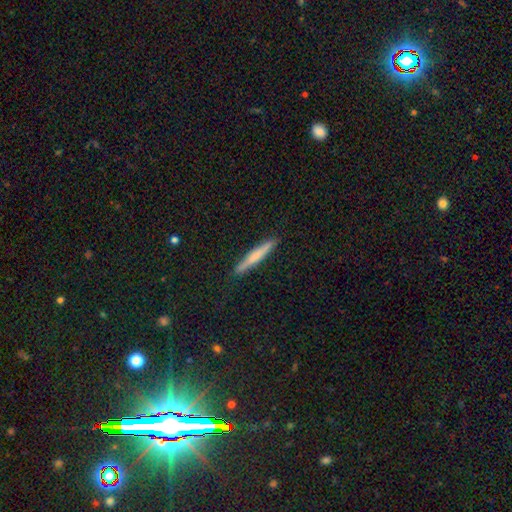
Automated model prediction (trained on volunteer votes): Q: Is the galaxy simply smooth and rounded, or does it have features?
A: smooth — 60%.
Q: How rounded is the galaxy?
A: cigar-shaped — 95%.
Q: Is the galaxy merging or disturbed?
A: none — 91%.